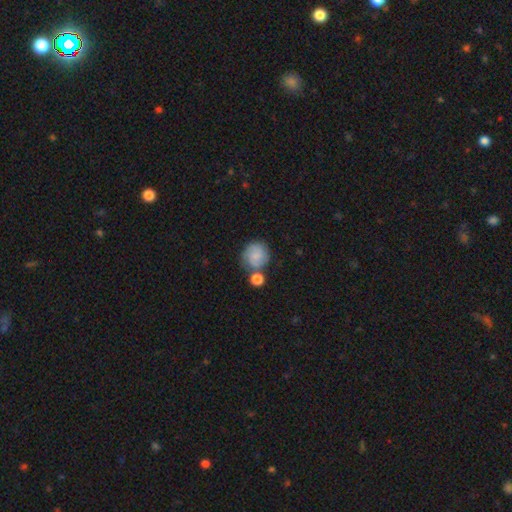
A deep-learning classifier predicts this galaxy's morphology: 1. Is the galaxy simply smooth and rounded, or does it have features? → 70% smooth, 22% featured or disk, 8% star or artifact.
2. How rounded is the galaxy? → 86% round, 13% in between, 1% cigar-shaped.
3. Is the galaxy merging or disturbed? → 53% none, 24% merger, 16% minor disturbance, 6% major disturbance.